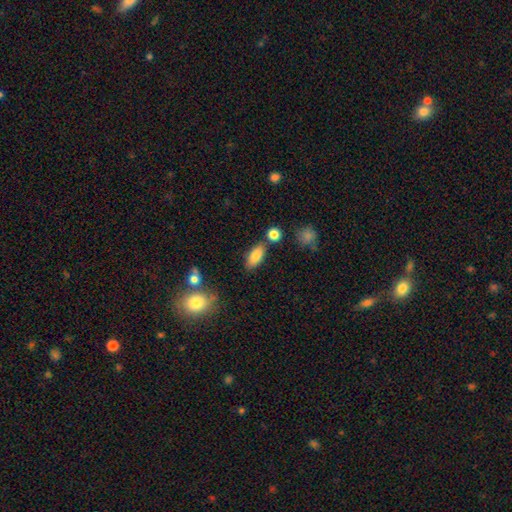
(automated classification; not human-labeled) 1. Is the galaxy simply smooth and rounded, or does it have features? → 80% smooth, 12% featured or disk, 8% star or artifact.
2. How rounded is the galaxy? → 83% in between, 13% cigar-shaped, 4% round.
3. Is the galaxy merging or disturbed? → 76% none, 12% minor disturbance, 9% merger, 3% major disturbance.